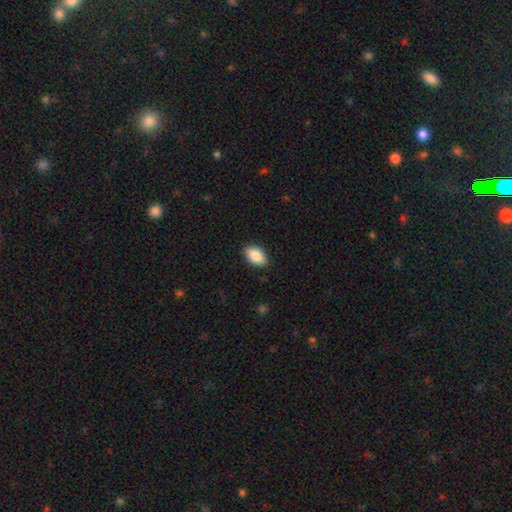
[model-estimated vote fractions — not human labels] smooth_or_featured: smooth (p=0.87) [alt: star or artifact p=0.07]
how_rounded: in between (p=0.91) [alt: round p=0.06]
merging: none (p=0.86) [alt: minor disturbance p=0.10]